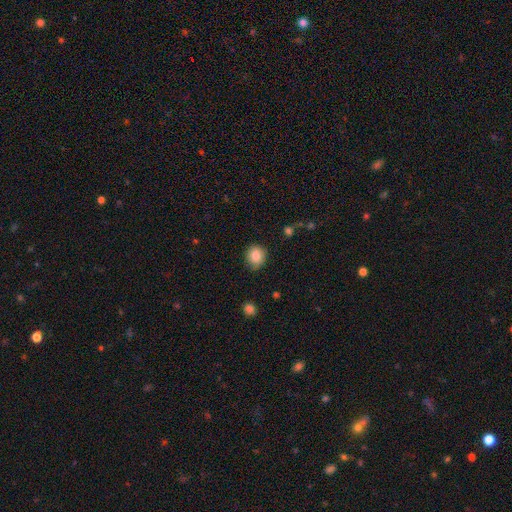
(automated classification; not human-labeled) A smooth galaxy with no disk features (84%) that is round (76%). Merging: none (83%).